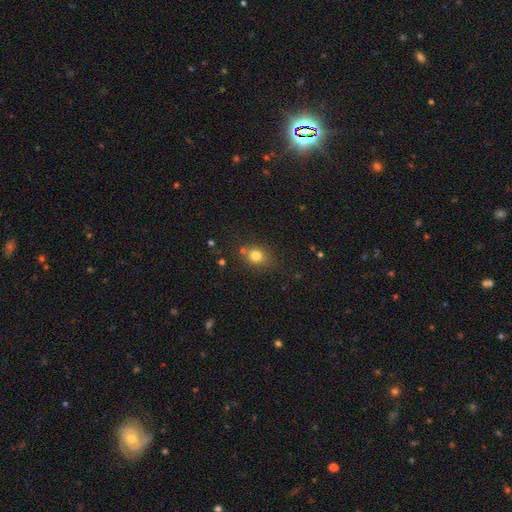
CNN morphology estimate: Smooth or featured?
  - smooth: 78% *
  - star or artifact: 14%
  - featured or disk: 8%
How rounded?
  - round: 69% *
  - in between: 30%
  - cigar-shaped: 1%
Merging?
  - none: 67% *
  - minor disturbance: 15%
  - merger: 13%
  - major disturbance: 5%